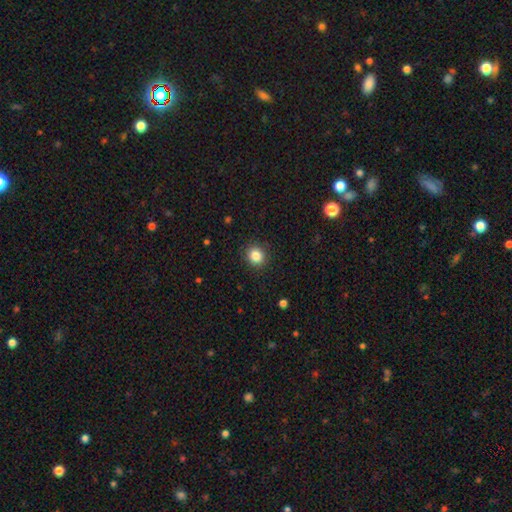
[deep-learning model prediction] smooth-or-featured: smooth: 85% | star or artifact: 10% | featured or disk: 5%
  how-rounded: round: 83% | in between: 17% | cigar-shaped: 1%
  merging: none: 90% | minor disturbance: 7% | major disturbance: 2% | merger: 1%